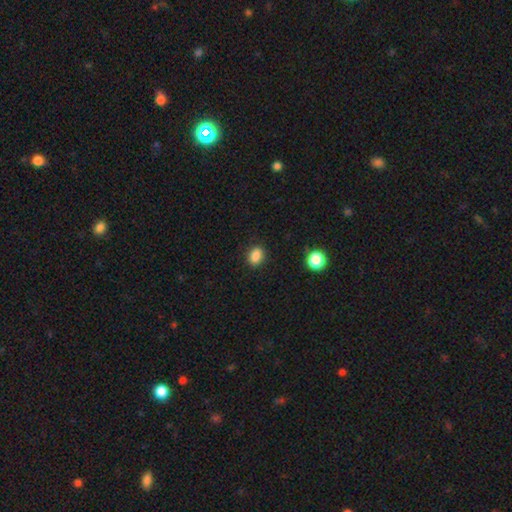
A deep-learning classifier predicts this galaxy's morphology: Overall: smooth (86%). How rounded: in between (75%). Merging: none (86%).